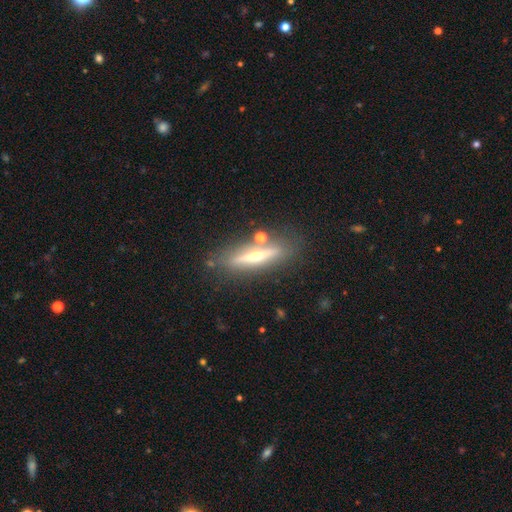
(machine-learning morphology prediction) type=featured or disk (69%); edge-on=yes (92%); edge-on bulge=rounded (91%); merging=none (82%).